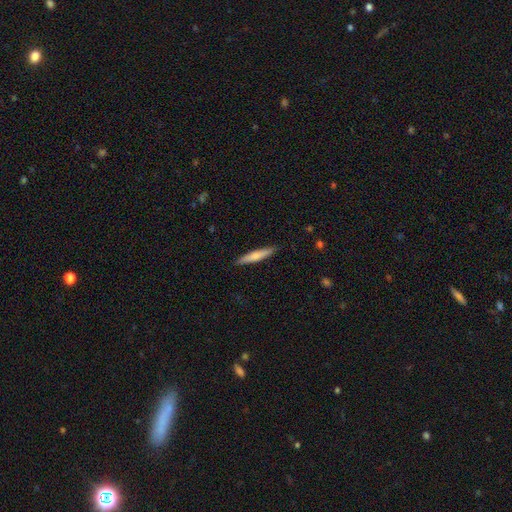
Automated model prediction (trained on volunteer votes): Q: Smooth or featured?
A: smooth (65%); runner-up: featured or disk (30%)
Q: How rounded?
A: cigar-shaped (91%); runner-up: in between (7%)
Q: Merging?
A: none (89%); runner-up: minor disturbance (8%)